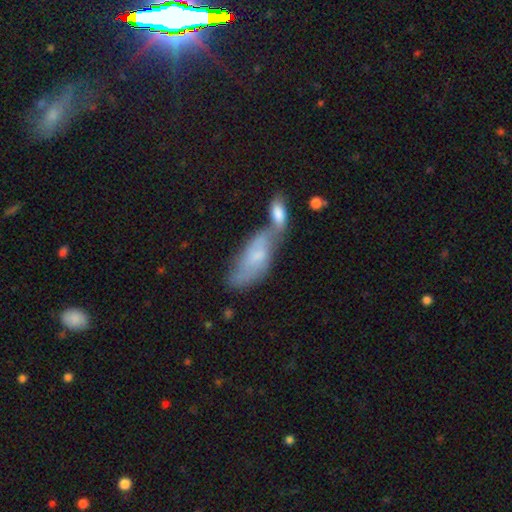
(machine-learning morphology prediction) This is possibly a smooth galaxy (55%). How rounded: likely in between (76%). Merging: possibly merger (59%).